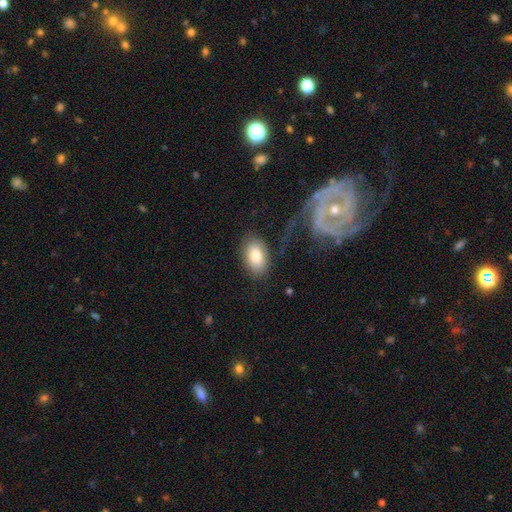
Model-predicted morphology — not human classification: Smooth or featured? smooth (80%)
How rounded? in between (91%)
Merging? none (75%)